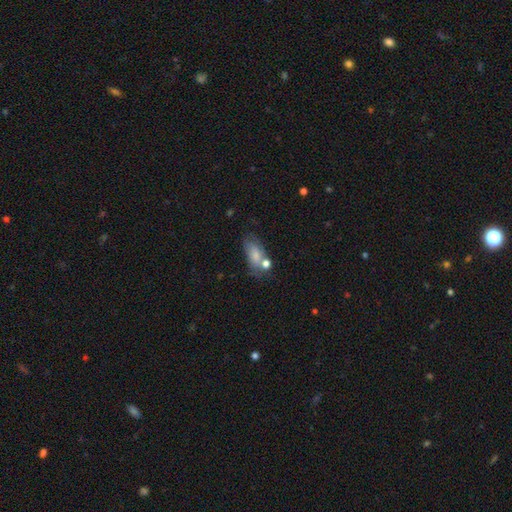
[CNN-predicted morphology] A smooth galaxy with no disk features (73%) that is in between round and cigar-shaped (85%).

Vote fractions:
- Smooth or featured? smooth: 73% / featured or disk: 18% / star or artifact: 9%
- How rounded? in between: 85% / cigar-shaped: 8% / round: 7%
- Merging? none: 45% / minor disturbance: 23% / merger: 22% / major disturbance: 11%